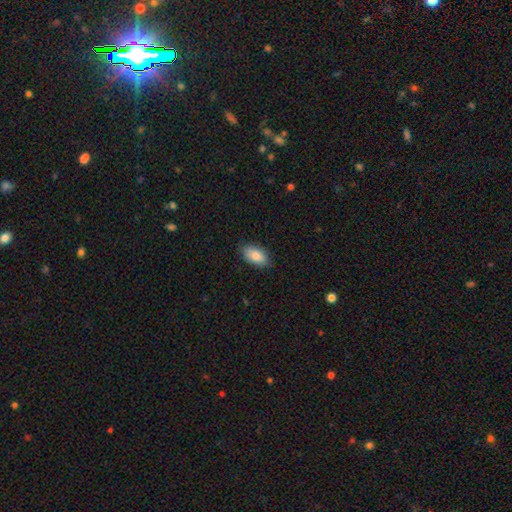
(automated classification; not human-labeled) Morphology: type=smooth (87%); roundness=in between (93%); merging=none (85%).